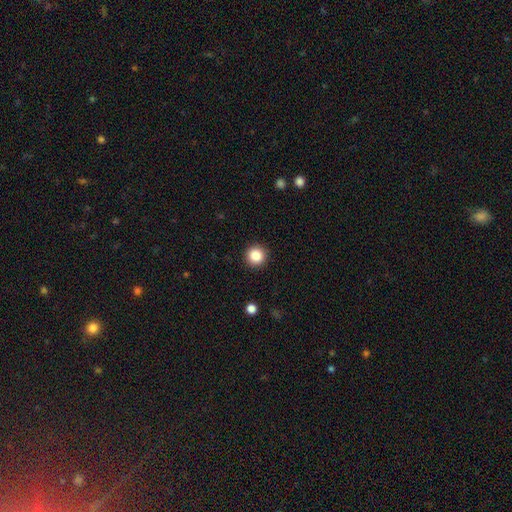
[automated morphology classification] Smooth or featured? smooth (85%)
How rounded? round (96%)
Merging? none (93%)